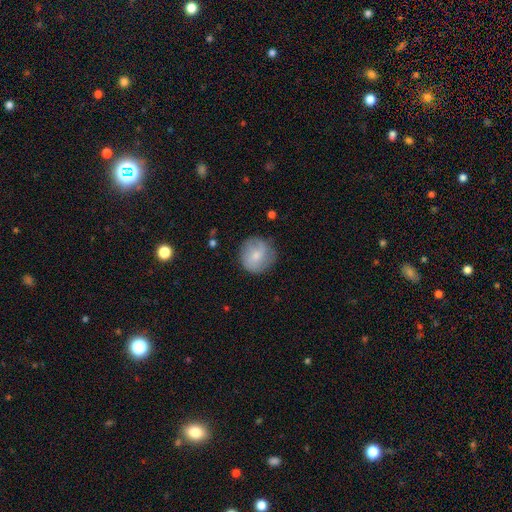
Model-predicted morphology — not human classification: A smooth galaxy with no disk features (53%) that is round (90%).

Vote fractions:
- Smooth or featured? smooth: 53% / featured or disk: 40% / star or artifact: 7%
- How rounded? round: 90% / in between: 9% / cigar-shaped: 1%
- Merging? none: 76% / minor disturbance: 17% / major disturbance: 6% / merger: 1%